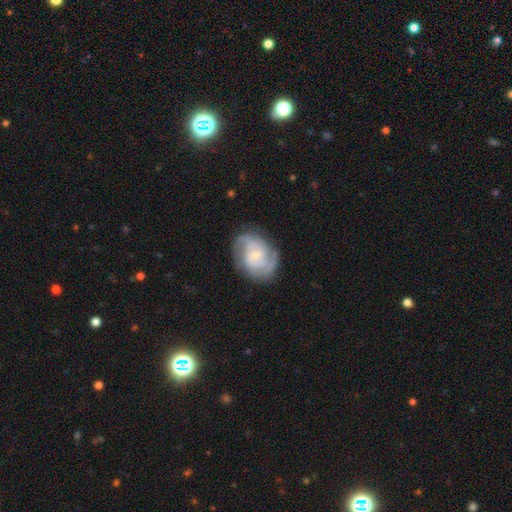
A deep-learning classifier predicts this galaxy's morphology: Smooth or featured? featured or disk (82%)
Edge-on disk? no (98%)
Bar? weak (51%)
Spiral arms? yes (95%)
Spiral winding? medium (44%, tied with tight)
Spiral arm count? 2 (65%)
Bulge size? small (53%)
Merging? none (73%)